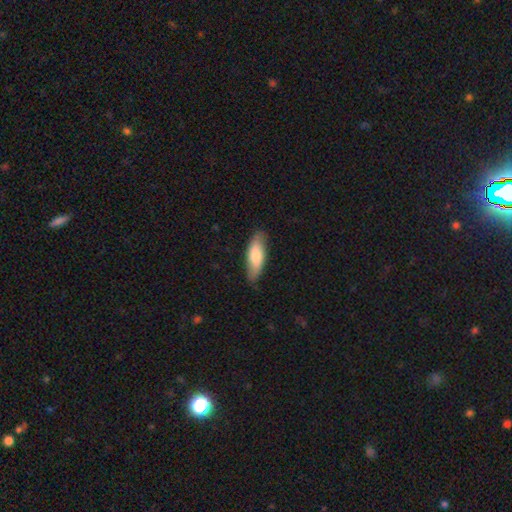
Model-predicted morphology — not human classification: A smooth galaxy with no disk features (71%) that is in between round and cigar-shaped (60%).

Vote fractions:
- Smooth or featured? smooth: 71% / featured or disk: 23% / star or artifact: 5%
- How rounded? in between: 60% / cigar-shaped: 38% / round: 2%
- Merging? none: 82% / minor disturbance: 14% / major disturbance: 2% / merger: 1%